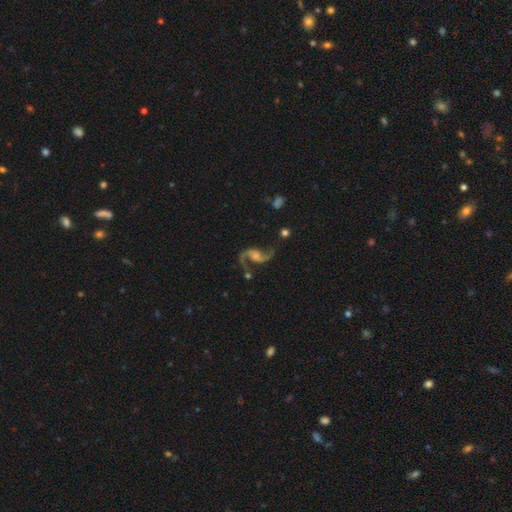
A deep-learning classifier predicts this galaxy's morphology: Smooth or featured: featured or disk — 90% (star or artifact — 5%)
Edge-on disk: no — 98% (yes — 2%)
Bar: no — 46% (weak — 40%)
Spiral arms: yes — 97% (no — 3%)
Spiral winding: loose — 73% (medium — 23%)
Spiral arm count: 2 — 93% (1 — 3%)
Bulge size: moderate — 33% (small — 27%)
Merging: none — 70% (minor disturbance — 15%)